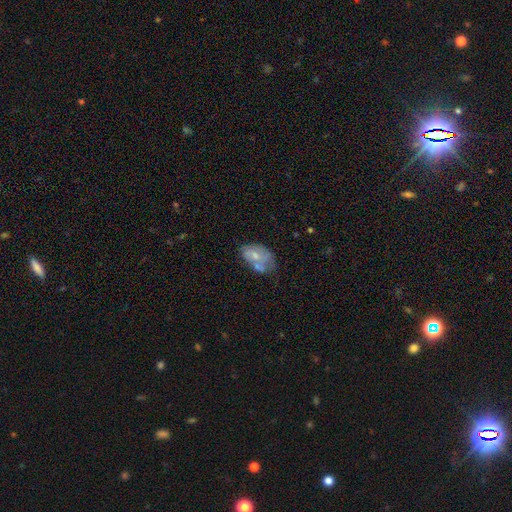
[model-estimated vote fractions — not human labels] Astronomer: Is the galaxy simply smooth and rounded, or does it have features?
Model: smooth — 53% (runner-up: featured or disk, 39%).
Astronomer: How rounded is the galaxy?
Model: in between — 90%.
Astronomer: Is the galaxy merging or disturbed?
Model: none — 34% (runner-up: minor disturbance, 28%).